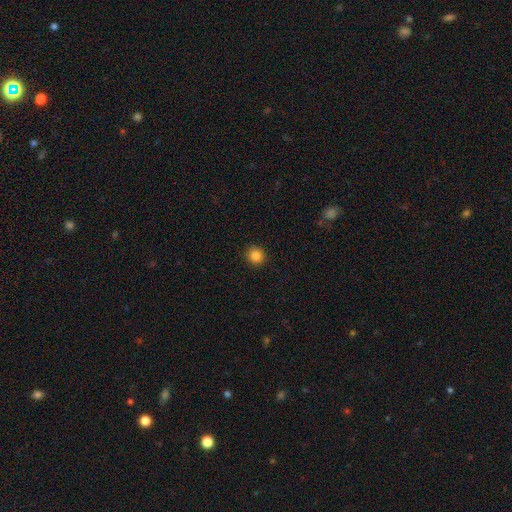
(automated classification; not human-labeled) Q: Smooth or featured?
A: smooth (84%); runner-up: star or artifact (12%)
Q: How rounded?
A: round (91%); runner-up: in between (8%)
Q: Merging?
A: none (91%); runner-up: minor disturbance (6%)